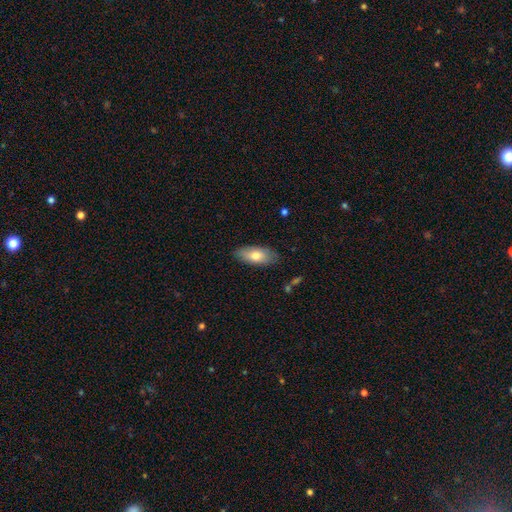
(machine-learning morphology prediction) A smooth galaxy with no disk features (71%) that is in between round and cigar-shaped (86%).

Vote fractions:
- Smooth or featured? smooth: 71% / featured or disk: 22% / star or artifact: 6%
- How rounded? in between: 86% / cigar-shaped: 11% / round: 3%
- Merging? none: 84% / minor disturbance: 13% / major disturbance: 2% / merger: 1%